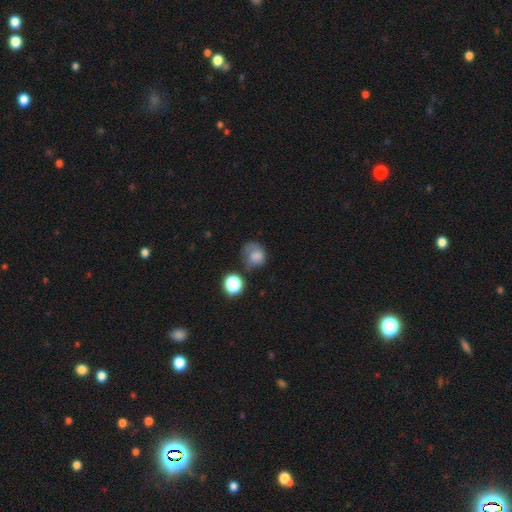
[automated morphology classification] smooth_or_featured: smooth (p=0.68) [alt: featured or disk p=0.19]
how_rounded: round (p=0.69) [alt: in between p=0.30]
merging: none (p=0.41) [alt: minor disturbance p=0.28]